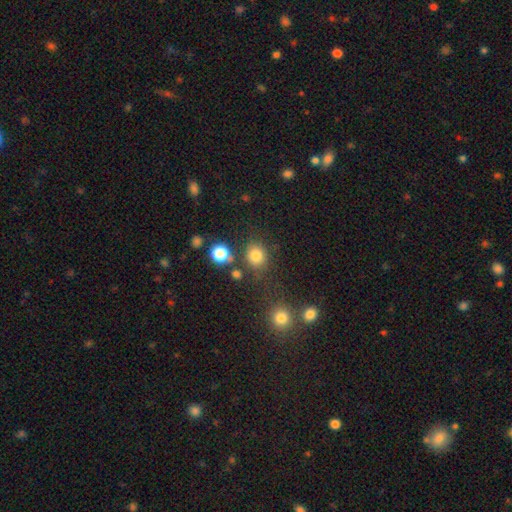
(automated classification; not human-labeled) smooth-or-featured: smooth: 79% | star or artifact: 15% | featured or disk: 6%
  how-rounded: round: 78% | in between: 21% | cigar-shaped: 1%
  merging: none: 77% | minor disturbance: 11% | merger: 8% | major disturbance: 5%